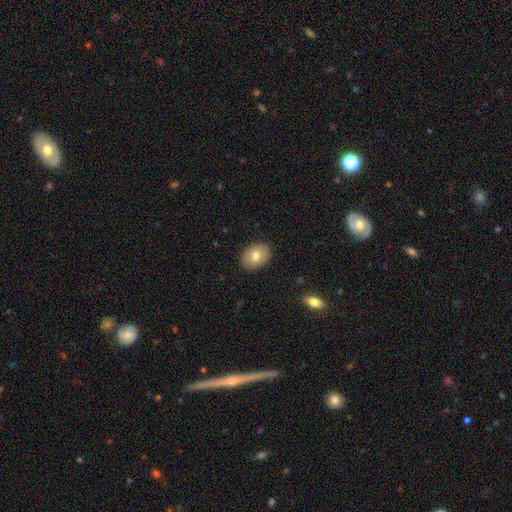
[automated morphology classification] Q: Smooth or featured?
A: smooth (75%); runner-up: featured or disk (18%)
Q: How rounded?
A: in between (76%); runner-up: round (23%)
Q: Merging?
A: none (88%); runner-up: minor disturbance (9%)